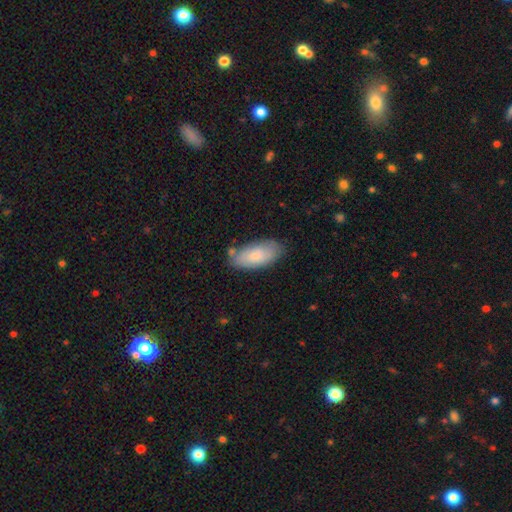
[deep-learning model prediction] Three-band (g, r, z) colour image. It shows a smooth galaxy with no disk features (75%) that is in between round and cigar-shaped (90%). Merging: none (72%).